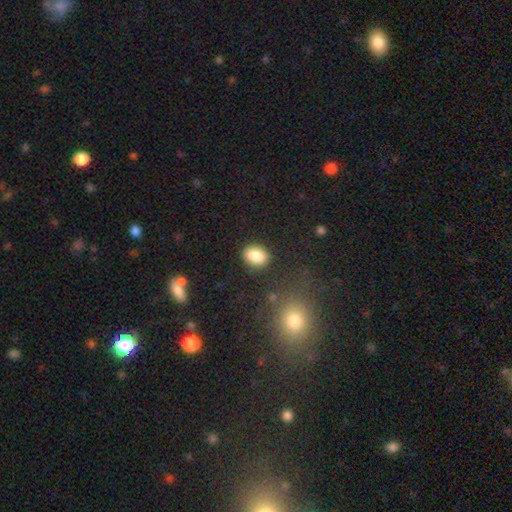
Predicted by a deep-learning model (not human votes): Smooth or featured? Predicted: smooth (p=0.87). How rounded? Predicted: in between (p=0.72). Merging? Predicted: none (p=0.86).